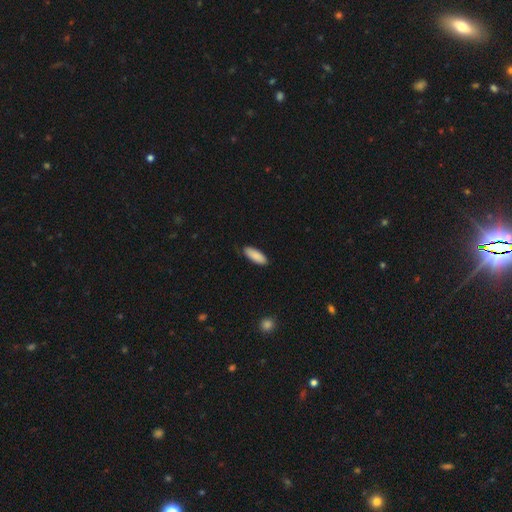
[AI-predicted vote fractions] This appears to be a smooth galaxy with no disk features (89%) that is in between round and cigar-shaped (73%). Merging: none (83%).